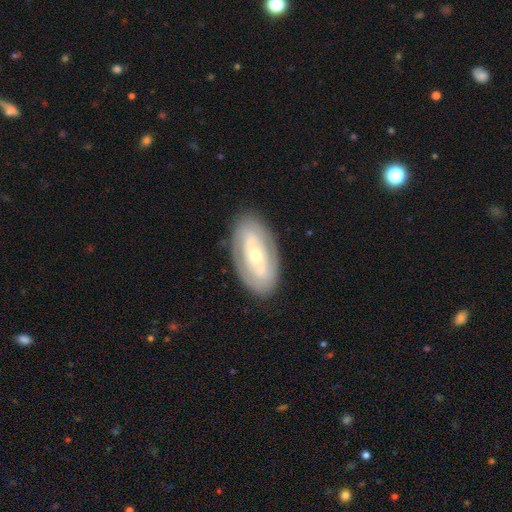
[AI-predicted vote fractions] smooth-or-featured: featured or disk: 66% | smooth: 28% | star or artifact: 6%
  disk-edge-on: no: 91% | yes: 9%
    bar: no: 66% | weak: 20% | strong: 13%
    has-spiral-arms: no: 58% | yes: 42%
    bulge-size: moderate: 52% | small: 42% | large: 4% | dominant: 1% | none: 1%
  merging: none: 83% | minor disturbance: 12% | major disturbance: 4% | merger: 1%